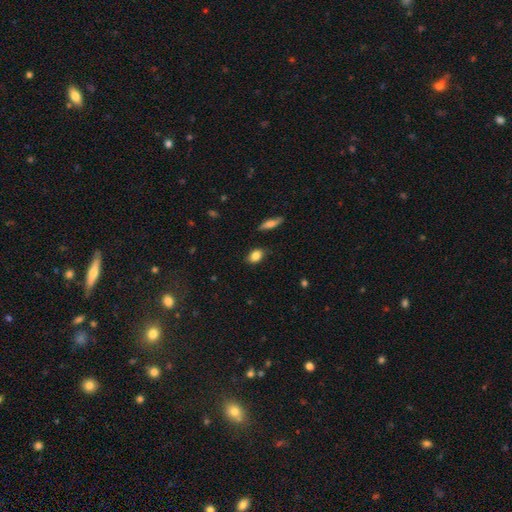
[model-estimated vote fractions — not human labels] This appears to be a smooth galaxy with no disk features (84%) that is in between round and cigar-shaped (77%). Merging: none (82%).